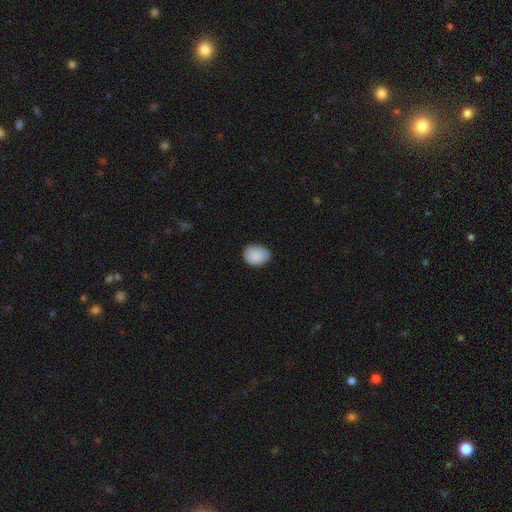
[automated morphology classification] Q: Smooth or featured?
A: smooth (89%); runner-up: star or artifact (7%)
Q: How rounded?
A: in between (59%); runner-up: round (40%)
Q: Merging?
A: none (78%); runner-up: minor disturbance (18%)